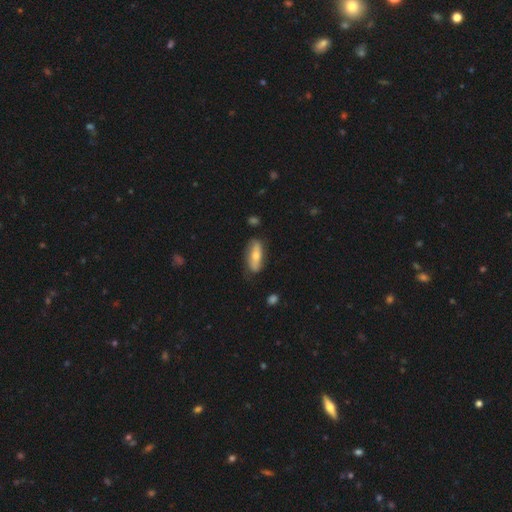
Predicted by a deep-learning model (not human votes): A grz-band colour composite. It shows a smooth galaxy with no disk features (50%). Merging: none (74%).